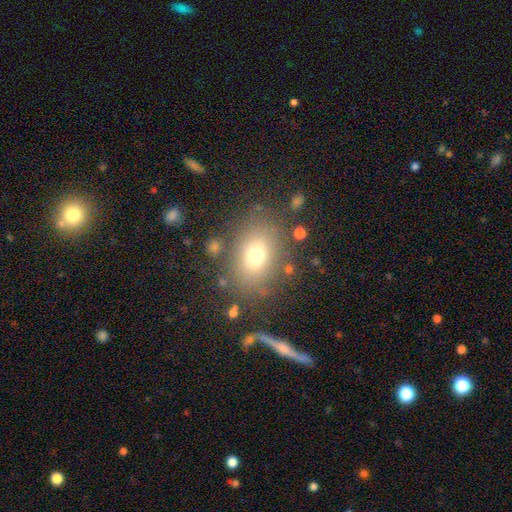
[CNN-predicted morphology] smooth 71%, featured or disk 16%, star or artifact 14%. Down the decision tree: how rounded — in between (68%); merging — none (77%).